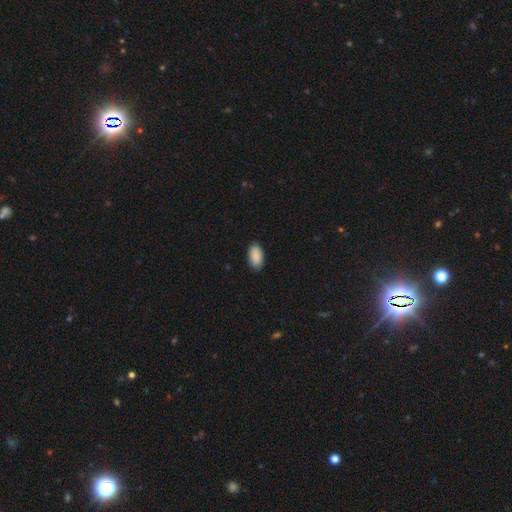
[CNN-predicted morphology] This appears to be a smooth galaxy with no disk features (90%) that is in between round and cigar-shaped (95%). Merging: none (85%).